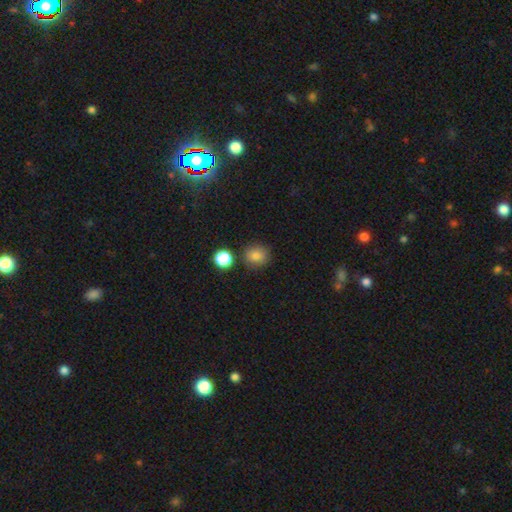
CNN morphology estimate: smooth_or_featured: smooth (p=0.83) [alt: star or artifact p=0.12]
how_rounded: round (p=0.84) [alt: in between p=0.15]
merging: none (p=0.81) [alt: minor disturbance p=0.10]